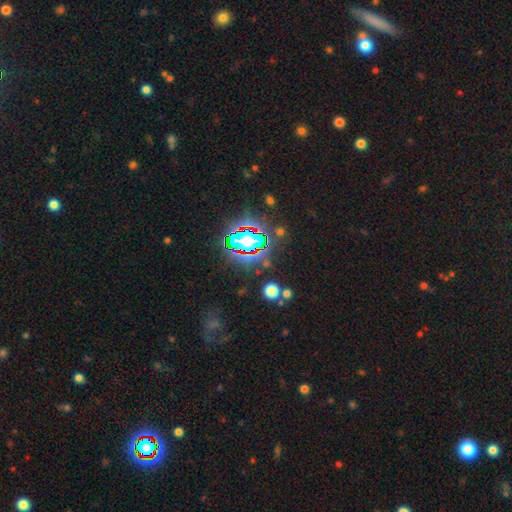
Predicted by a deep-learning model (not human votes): Overall: star or artifact (82%).